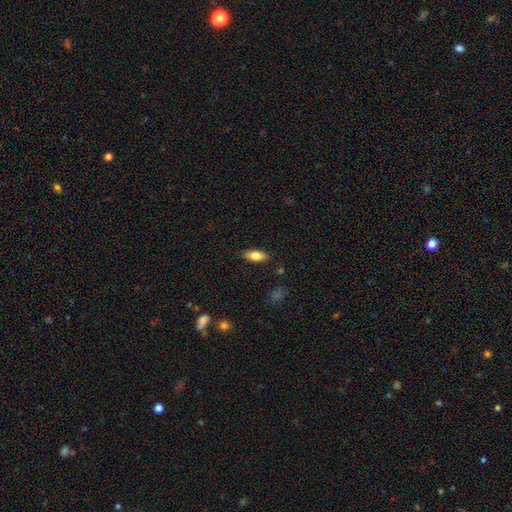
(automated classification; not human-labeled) Q: Smooth or featured?
A: smooth (74%); runner-up: featured or disk (19%)
Q: How rounded?
A: in between (80%); runner-up: cigar-shaped (17%)
Q: Merging?
A: none (86%); runner-up: minor disturbance (10%)